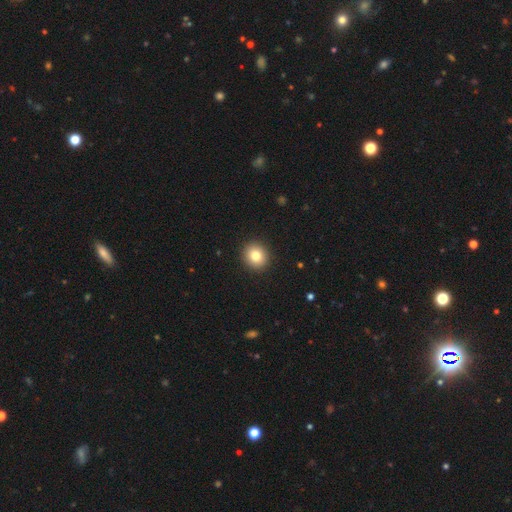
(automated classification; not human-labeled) A smooth galaxy with no disk features (82%) that is round (87%). Merging: none (92%).